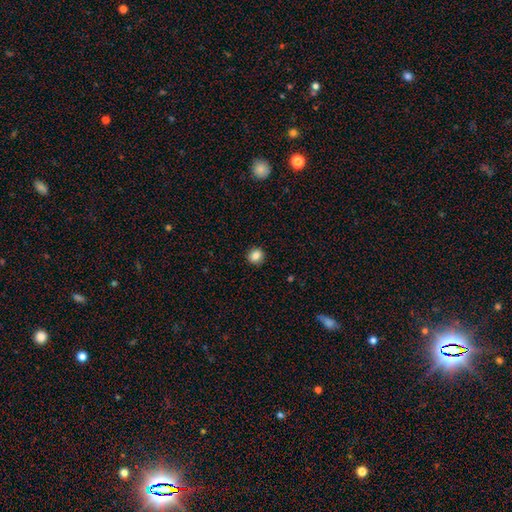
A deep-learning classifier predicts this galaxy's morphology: smooth 85%, star or artifact 10%, featured or disk 5%. Down the decision tree: how rounded — round (90%); merging — none (91%).